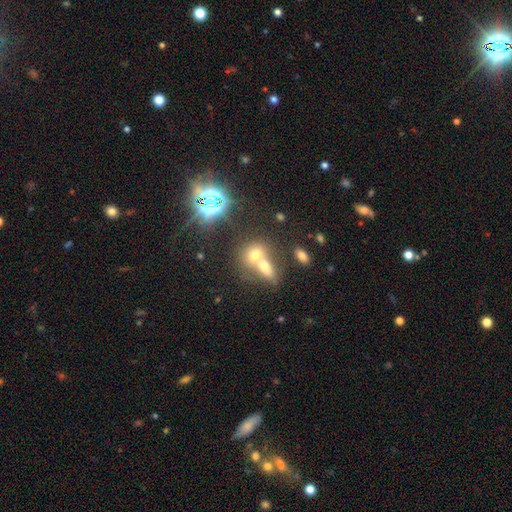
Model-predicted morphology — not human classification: Smooth or featured? smooth (58%)
How rounded? in between (49%)
Merging? merger (65%)